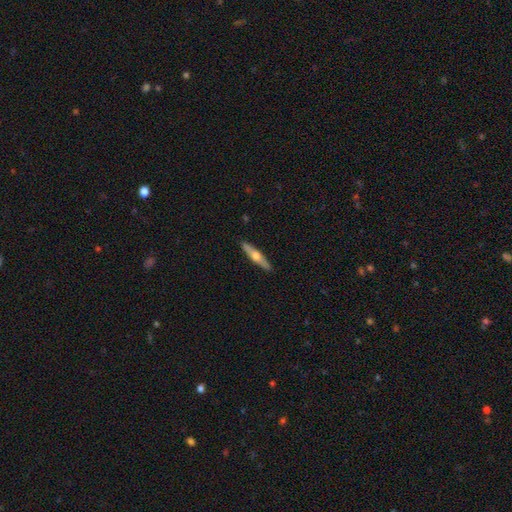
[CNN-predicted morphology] This appears to be a featured or disk galaxy (57%) viewed edge-on (95%) with a rounded central bulge (93%). Merging: none (91%).